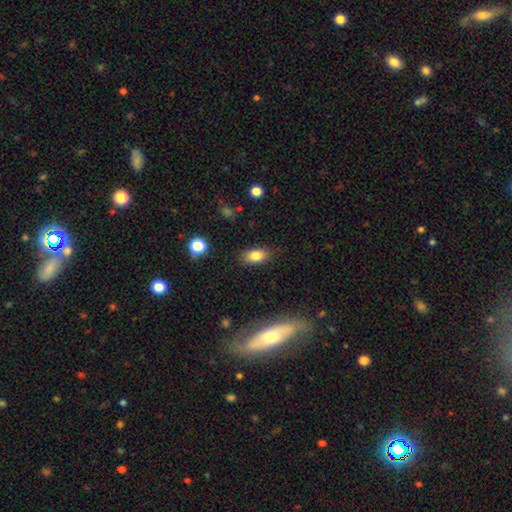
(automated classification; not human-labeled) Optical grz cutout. It shows a smooth galaxy with no disk features (82%) that is in between round and cigar-shaped (88%). Merging: none (84%).